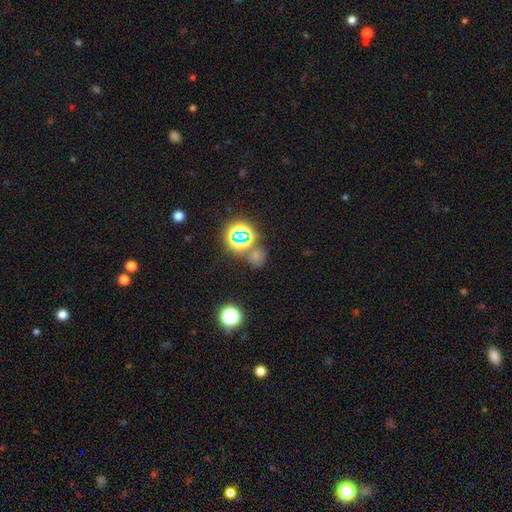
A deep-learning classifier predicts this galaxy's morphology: Smooth or featured? Predicted: star or artifact (p=0.48).